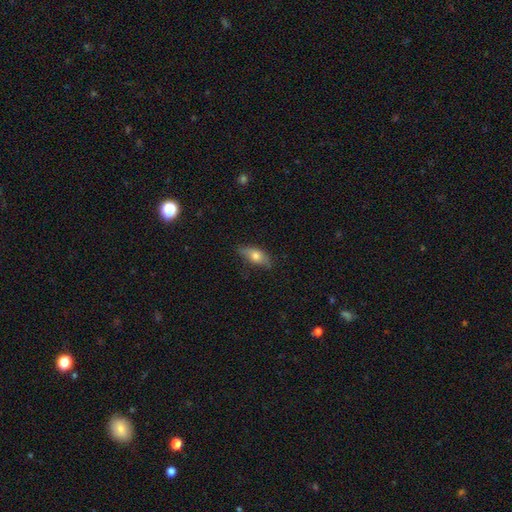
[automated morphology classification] Smooth or featured: smooth — 68% (featured or disk — 25%)
How rounded: in between — 76% (cigar-shaped — 20%)
Merging: none — 75% (minor disturbance — 20%)